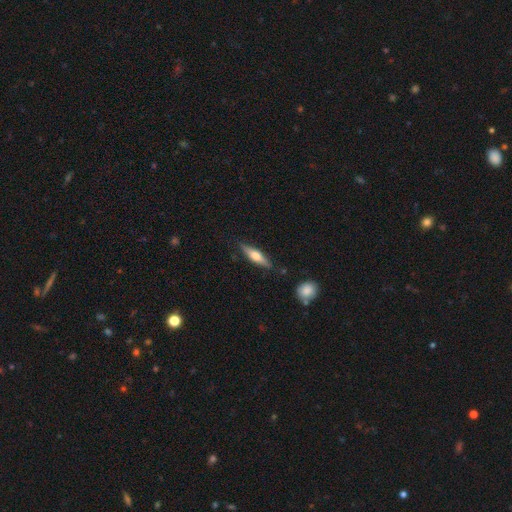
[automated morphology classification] type=featured or disk (48%); merging=none (83%).